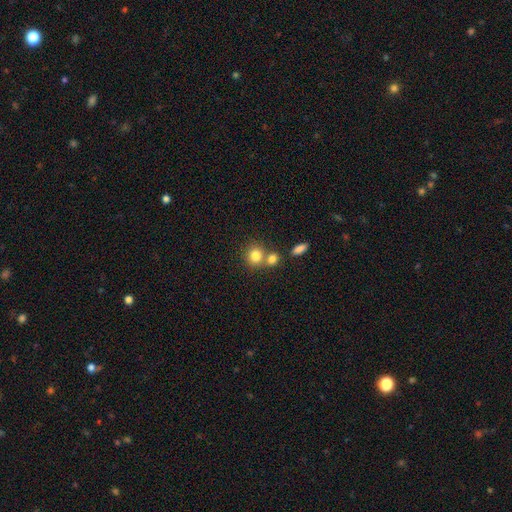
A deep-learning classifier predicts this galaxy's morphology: Q: Smooth or featured?
A: smooth (81%); runner-up: star or artifact (10%)
Q: How rounded?
A: round (80%); runner-up: in between (18%)
Q: Merging?
A: none (53%); runner-up: merger (36%)